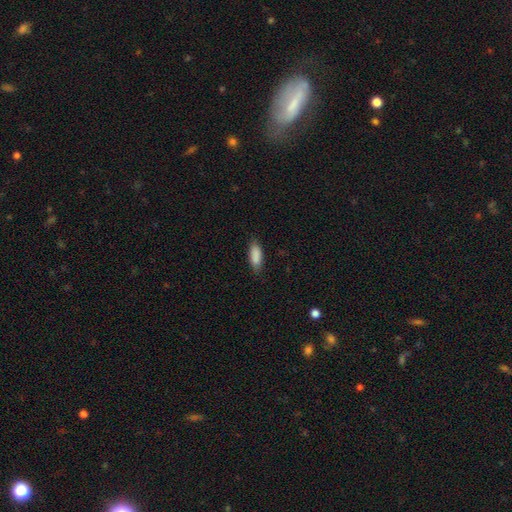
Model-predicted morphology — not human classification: smooth_or_featured: smooth (p=0.88) [alt: star or artifact p=0.06]
how_rounded: in between (p=0.69) [alt: cigar-shaped p=0.29]
merging: none (p=0.81) [alt: minor disturbance p=0.15]